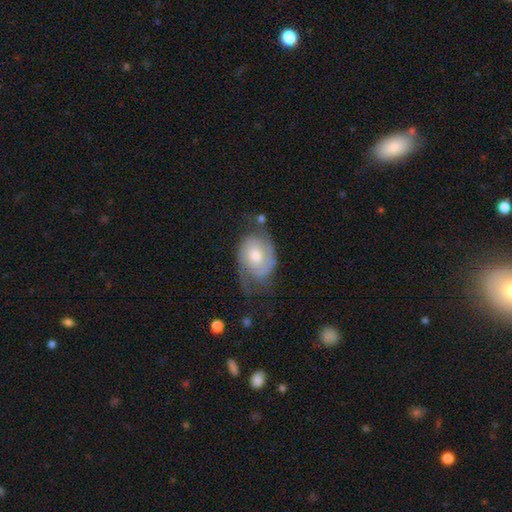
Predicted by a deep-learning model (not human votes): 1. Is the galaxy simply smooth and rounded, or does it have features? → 74% featured or disk, 19% smooth, 6% star or artifact.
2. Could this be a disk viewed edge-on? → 96% no, 4% yes.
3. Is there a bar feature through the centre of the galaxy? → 71% no, 25% weak, 4% strong.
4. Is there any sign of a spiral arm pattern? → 91% yes, 9% no.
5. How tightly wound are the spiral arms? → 44% tight, 39% medium, 18% loose.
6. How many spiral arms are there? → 75% 2, 13% can't tell, 6% 1, 3% 3, 1% 4, 1% more than 4.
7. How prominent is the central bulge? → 64% moderate, 22% small, 10% large, 2% none, 1% dominant.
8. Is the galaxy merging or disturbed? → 55% none, 26% minor disturbance, 16% major disturbance, 3% merger.